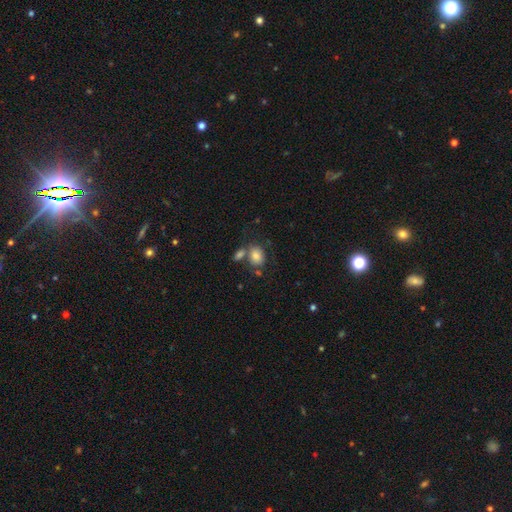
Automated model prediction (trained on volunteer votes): Smooth or featured? Predicted: smooth (p=0.82). How rounded? Predicted: in between (p=0.64). Merging? Predicted: none (p=0.50).